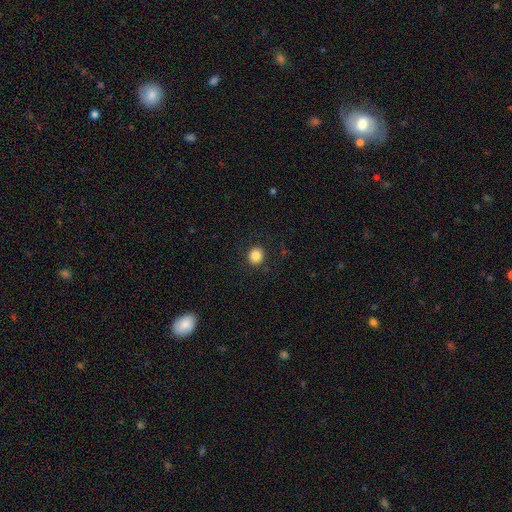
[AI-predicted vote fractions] A smooth galaxy with no disk features (86%) that is round (86%). Merging: none (90%).